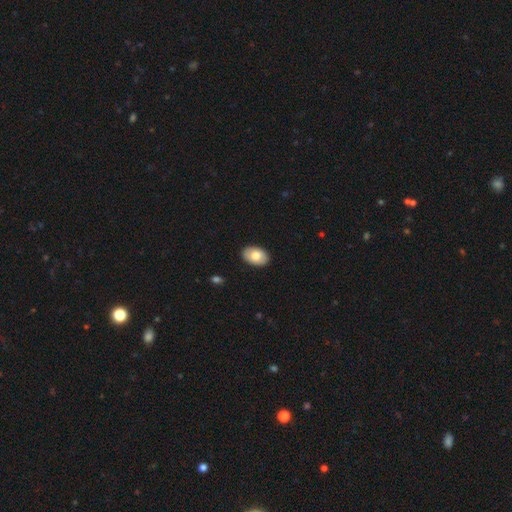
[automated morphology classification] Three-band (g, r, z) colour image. It shows a smooth galaxy with no disk features (76%) that is in between round and cigar-shaped (90%). Merging: none (90%).